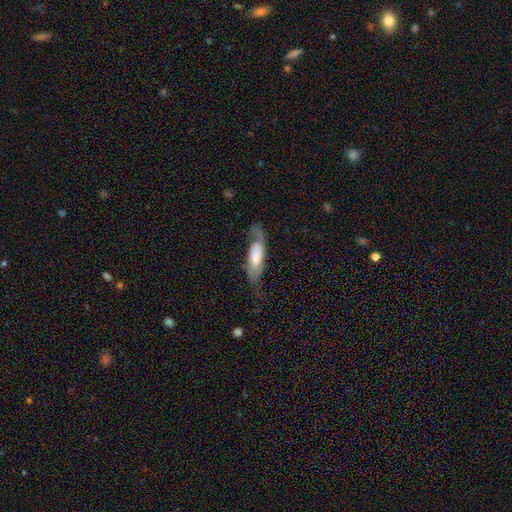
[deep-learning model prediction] Smooth or featured? smooth (48%)
Merging? none (49%)